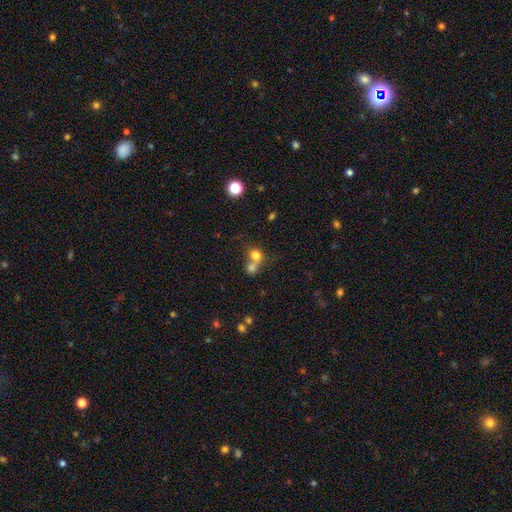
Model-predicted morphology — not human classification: Smooth or featured? smooth (75%)
How rounded? round (72%)
Merging? merger (66%)